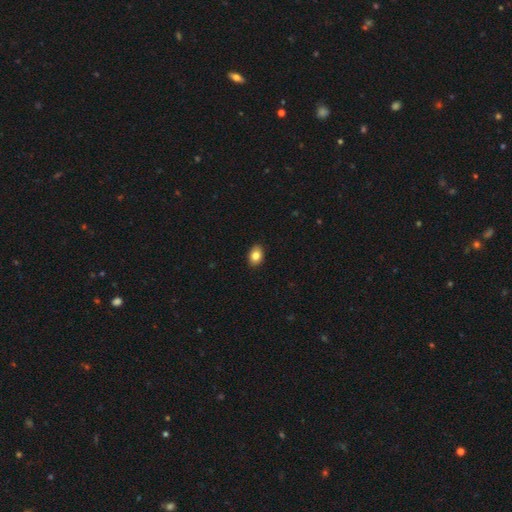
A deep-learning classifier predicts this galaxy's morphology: Q: Smooth or featured?
A: smooth (83%); runner-up: star or artifact (8%)
Q: How rounded?
A: in between (79%); runner-up: round (20%)
Q: Merging?
A: none (90%); runner-up: minor disturbance (7%)